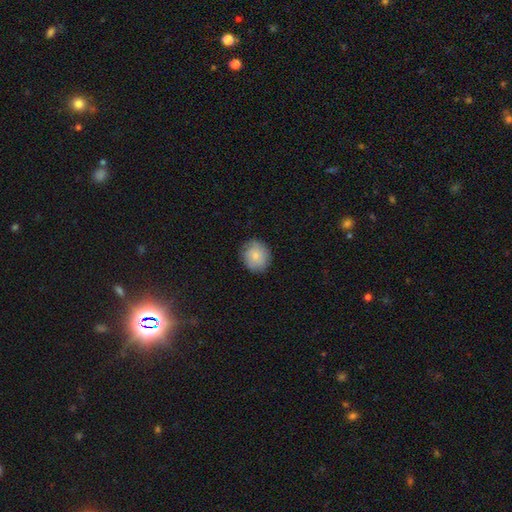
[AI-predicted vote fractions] Morphology: type=smooth (76%); roundness=round (78%); merging=none (80%).